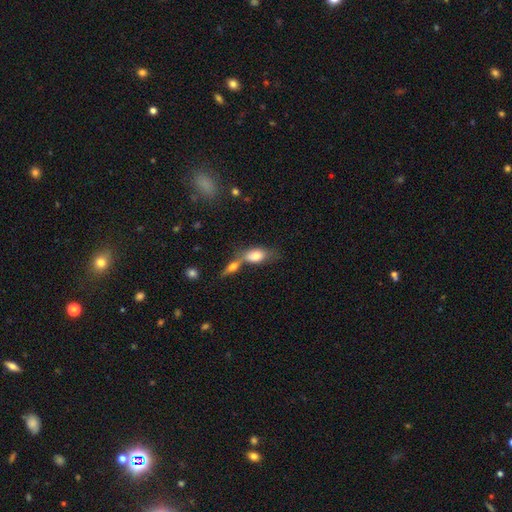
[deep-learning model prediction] Overall: smooth (76%). How rounded: in between (85%). Merging: merger (51%; none 32%).